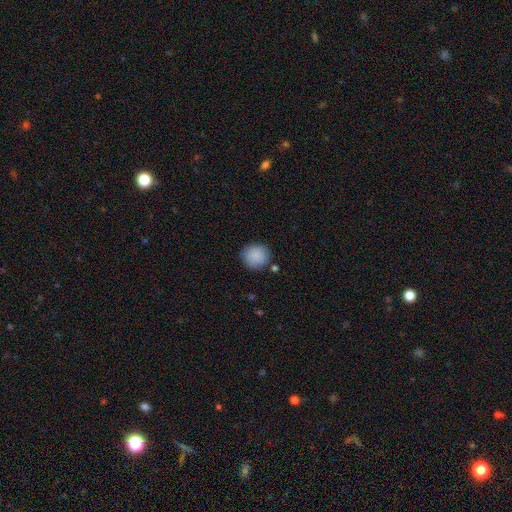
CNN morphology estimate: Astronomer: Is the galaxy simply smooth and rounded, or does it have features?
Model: smooth — 88%.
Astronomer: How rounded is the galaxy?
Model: round — 89%.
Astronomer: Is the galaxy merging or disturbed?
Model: none — 83%.